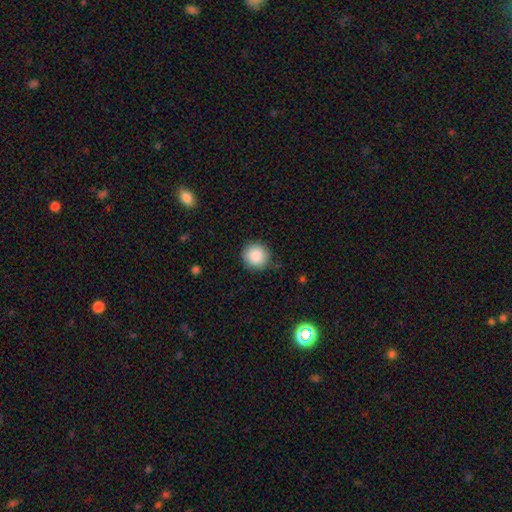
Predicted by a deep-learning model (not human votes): A smooth galaxy with no disk features (88%) that is round (94%).

Vote fractions:
- Smooth or featured? smooth: 88% / star or artifact: 8% / featured or disk: 4%
- How rounded? round: 94% / in between: 5% / cigar-shaped: 1%
- Merging? none: 83% / minor disturbance: 13% / major disturbance: 3% / merger: 1%